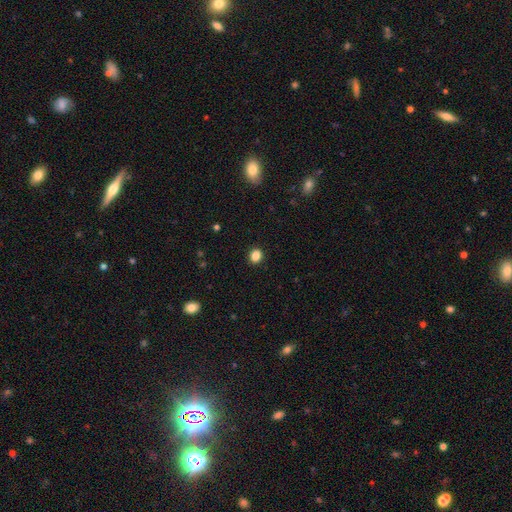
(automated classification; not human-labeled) The model was most divided on "how rounded": round: 69%, in between: 30%, cigar-shaped: 1%. More confident: merging — none (91%); smooth or featured — smooth (86%).